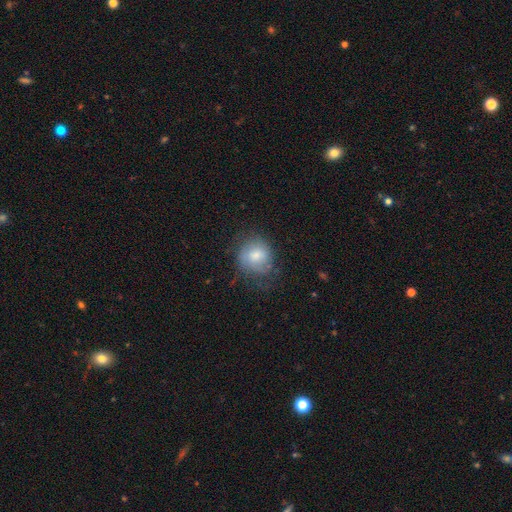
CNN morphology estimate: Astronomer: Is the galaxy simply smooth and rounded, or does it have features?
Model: smooth — 71%.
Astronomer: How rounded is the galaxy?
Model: round — 78%.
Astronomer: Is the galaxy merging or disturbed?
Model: none — 58%.